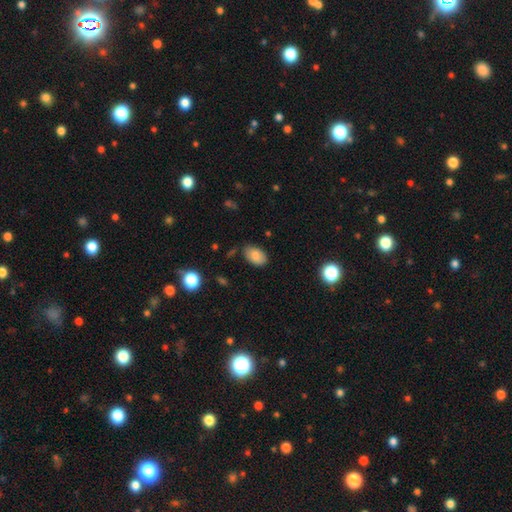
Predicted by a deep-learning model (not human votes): Smooth or featured? smooth (85%)
How rounded? in between (90%)
Merging? none (77%)